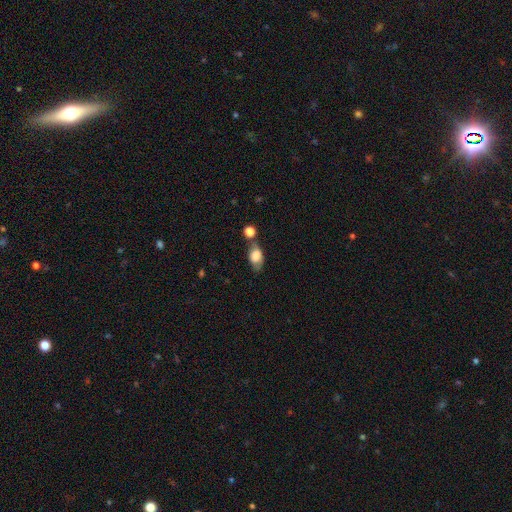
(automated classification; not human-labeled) The model was most divided on "merging": none: 48%, minor disturbance: 22%, merger: 21%, major disturbance: 9%. More confident: how rounded — in between (83%); smooth or featured — smooth (73%).